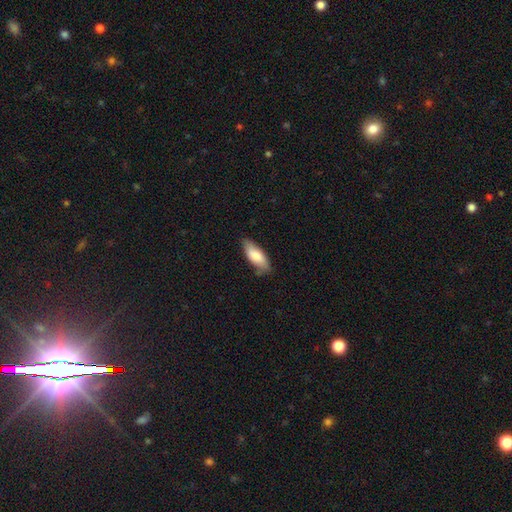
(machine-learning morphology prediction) type=smooth (78%); roundness=in between (76%); merging=none (75%).